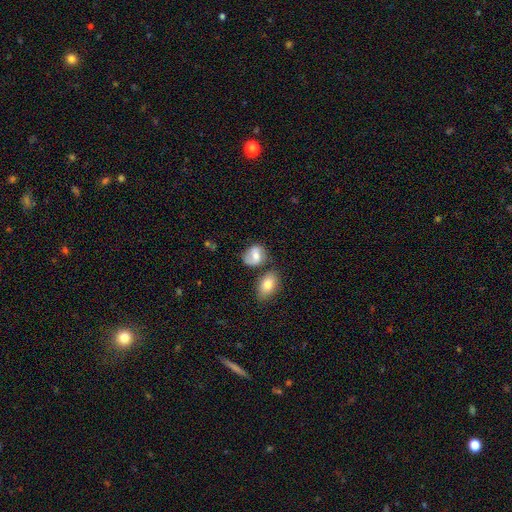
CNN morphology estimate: Smooth or featured? smooth (62%)
How rounded? in between (54%)
Merging? none (56%)